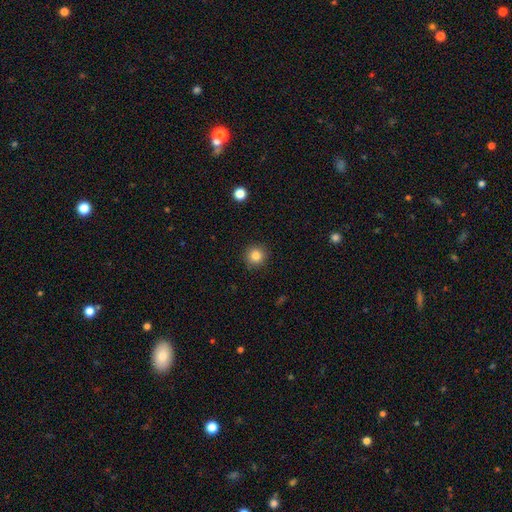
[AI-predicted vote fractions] Morphology: type=smooth (83%); roundness=round (95%); merging=none (91%).